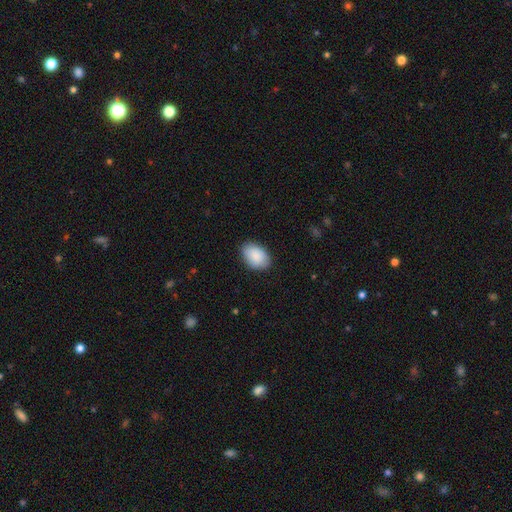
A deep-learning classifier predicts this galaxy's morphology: Q: Smooth or featured?
A: smooth (89%); runner-up: star or artifact (6%)
Q: How rounded?
A: in between (89%); runner-up: round (9%)
Q: Merging?
A: none (85%); runner-up: minor disturbance (12%)